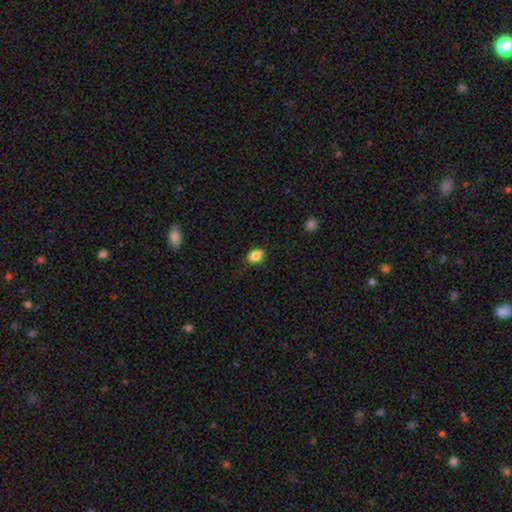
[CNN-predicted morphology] type=smooth (87%); roundness=in between (80%); merging=none (80%).